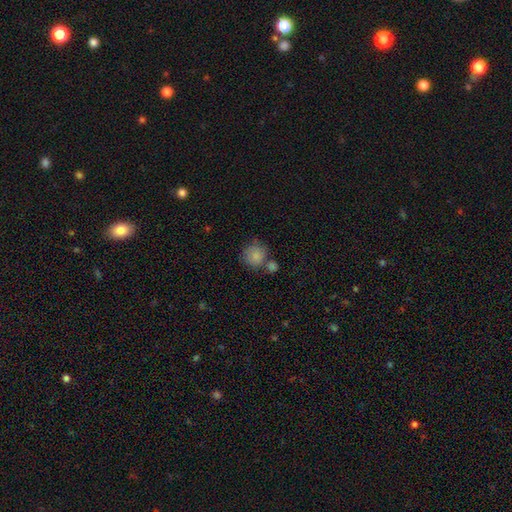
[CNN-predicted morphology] smooth 84%, star or artifact 8%, featured or disk 8%. Down the decision tree: how rounded — round (86%); merging — none (53%).